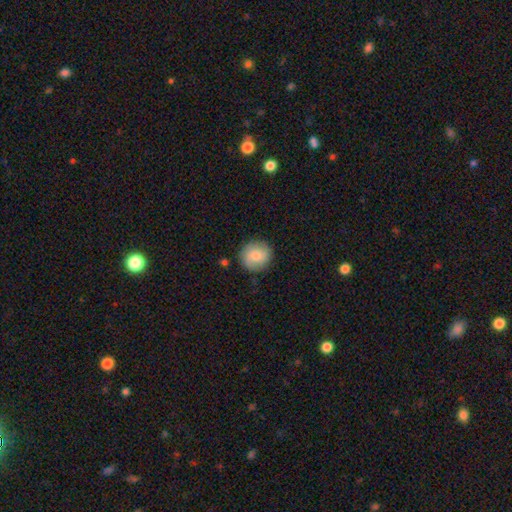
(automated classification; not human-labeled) Smooth or featured? smooth (74%)
How rounded? round (91%)
Merging? none (86%)